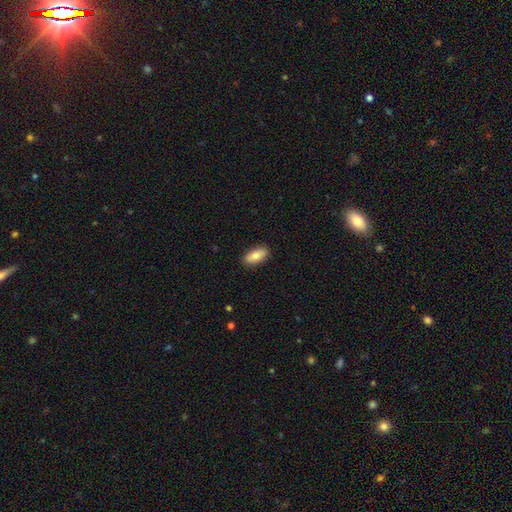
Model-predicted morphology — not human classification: smooth_or_featured: smooth (p=0.80) [alt: featured or disk p=0.13]
how_rounded: in between (p=0.87) [alt: cigar-shaped p=0.11]
merging: none (p=0.89) [alt: minor disturbance p=0.08]